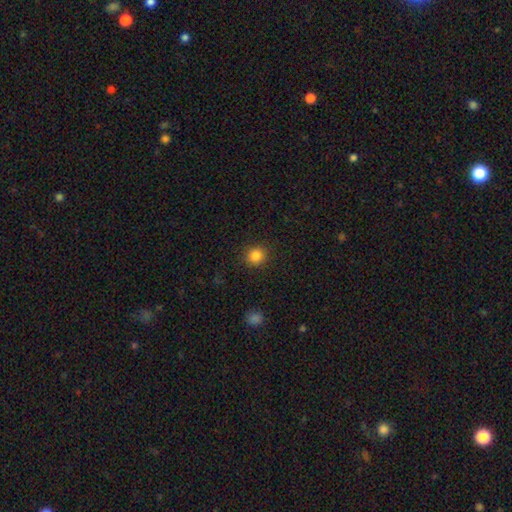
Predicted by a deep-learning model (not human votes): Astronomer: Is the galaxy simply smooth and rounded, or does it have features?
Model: smooth — 84%.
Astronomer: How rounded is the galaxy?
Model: round — 88%.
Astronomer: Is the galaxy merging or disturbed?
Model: none — 90%.